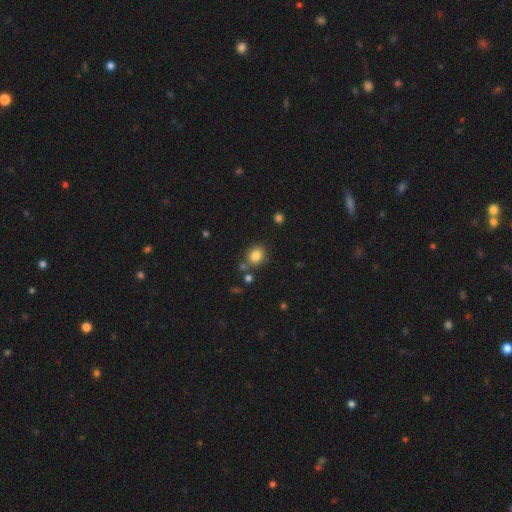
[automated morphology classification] A smooth galaxy with no disk features (83%) that is round (69%). Merging: none (74%).